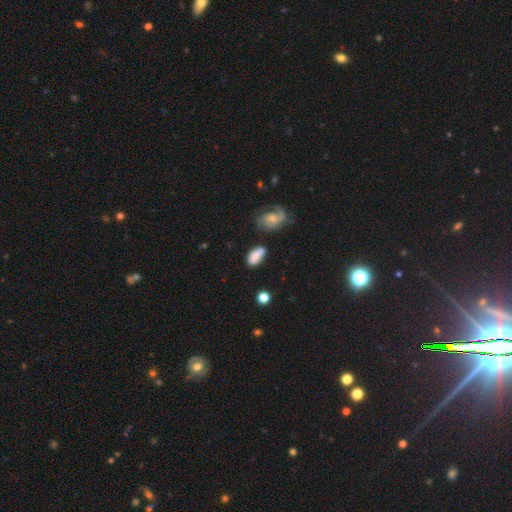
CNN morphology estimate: A smooth galaxy with no disk features (76%) that is in between round and cigar-shaped (87%).

Vote fractions:
- Smooth or featured? smooth: 76% / featured or disk: 15% / star or artifact: 9%
- How rounded? in between: 87% / round: 7% / cigar-shaped: 6%
- Merging? none: 58% / minor disturbance: 23% / merger: 10% / major disturbance: 9%